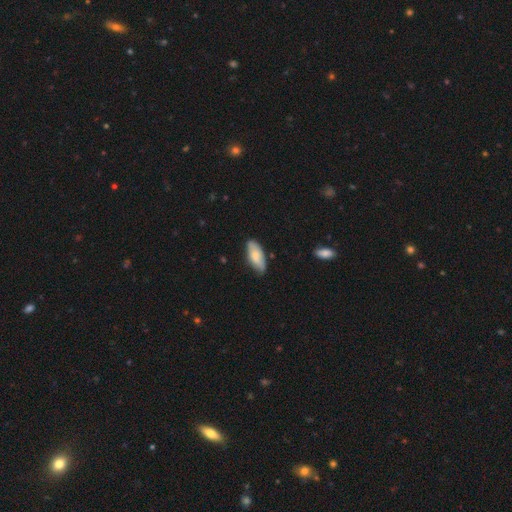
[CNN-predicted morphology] smooth 73%, featured or disk 21%, star or artifact 6%. Down the decision tree: how rounded — in between (86%); merging — none (73%).